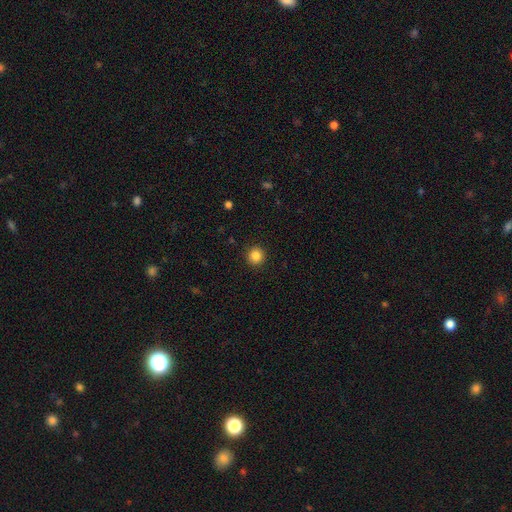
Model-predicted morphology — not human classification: Smooth or featured? Predicted: smooth (p=0.85). How rounded? Predicted: round (p=0.94). Merging? Predicted: none (p=0.92).